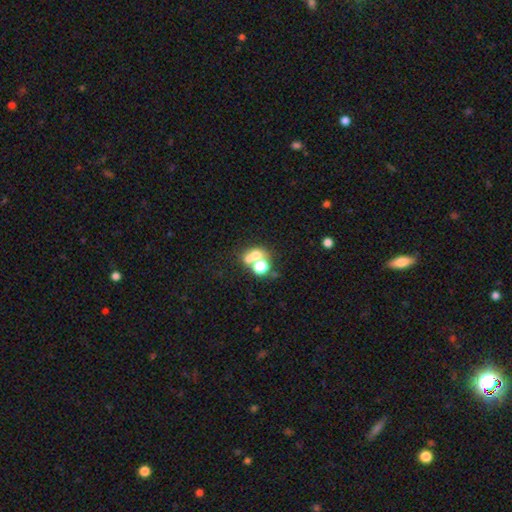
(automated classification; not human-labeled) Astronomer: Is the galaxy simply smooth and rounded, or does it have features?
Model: smooth — 59%.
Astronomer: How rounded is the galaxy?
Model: round — 60% (runner-up: in between, 38%).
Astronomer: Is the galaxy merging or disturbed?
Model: merger — 56% (runner-up: none, 32%).